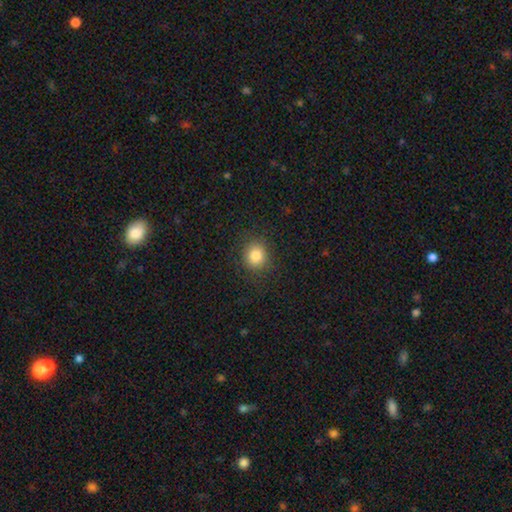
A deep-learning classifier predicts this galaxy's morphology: Smooth or featured? smooth (83%)
How rounded? round (82%)
Merging? none (88%)